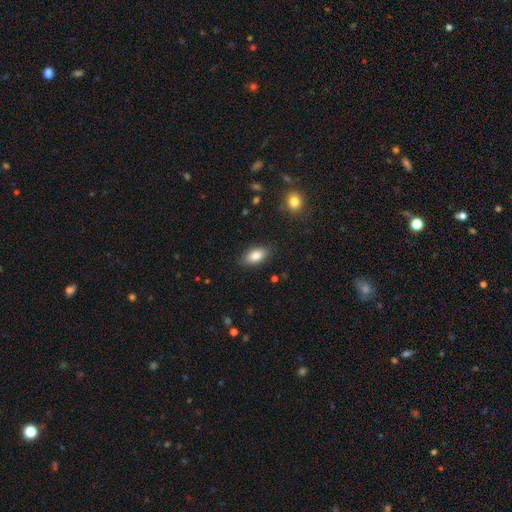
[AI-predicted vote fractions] Smooth or featured: smooth — 84% (featured or disk — 9%)
How rounded: in between — 90% (cigar-shaped — 6%)
Merging: none — 86% (minor disturbance — 10%)